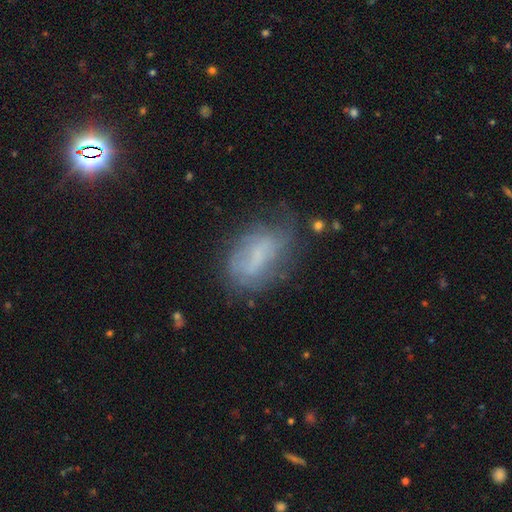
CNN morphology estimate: A smooth galaxy with no disk features (48%).

Vote fractions:
- Smooth or featured? smooth: 48% / featured or disk: 39% / star or artifact: 13%
- Merging? none: 51% / minor disturbance: 30% / major disturbance: 16% / merger: 3%